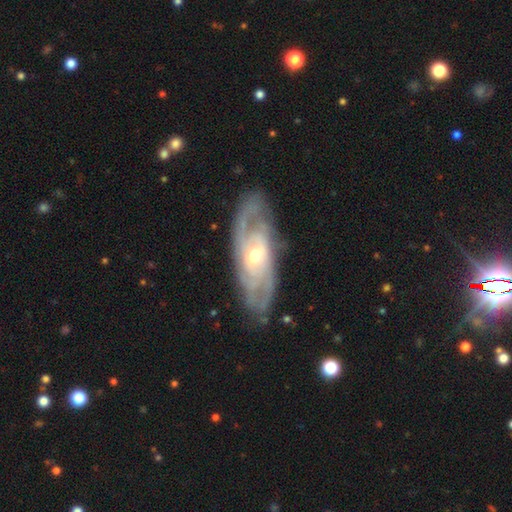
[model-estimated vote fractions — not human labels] Smooth or featured? featured or disk (86%)
Edge-on disk? no (89%)
Bar? no (58%)
Spiral arms? yes (94%)
Spiral winding? tight (59%)
Spiral arm count? 2 (39%)
Bulge size? moderate (51%)
Merging? none (80%)